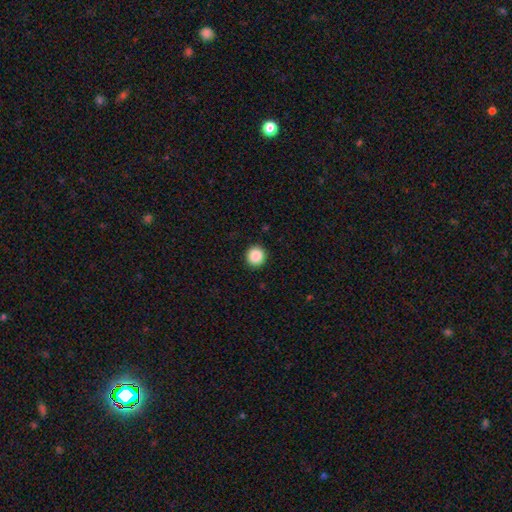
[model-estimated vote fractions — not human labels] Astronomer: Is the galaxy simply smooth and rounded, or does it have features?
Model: smooth — 88%.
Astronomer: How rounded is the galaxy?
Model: round — 94%.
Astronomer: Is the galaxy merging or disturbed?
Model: none — 92%.